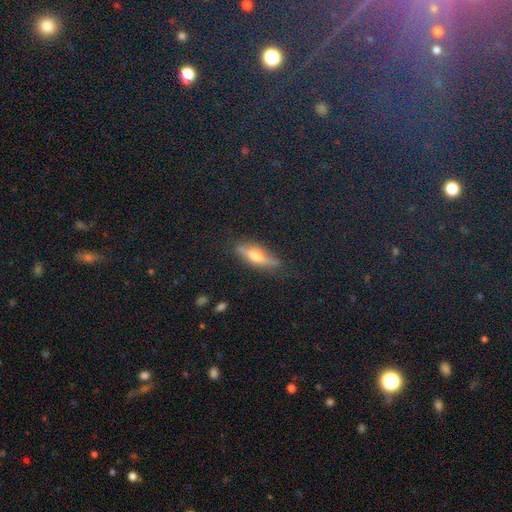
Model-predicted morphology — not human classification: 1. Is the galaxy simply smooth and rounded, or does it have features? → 51% featured or disk, 36% smooth, 13% star or artifact.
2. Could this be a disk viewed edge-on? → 85% yes, 15% no.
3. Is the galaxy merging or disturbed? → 81% none, 13% minor disturbance, 3% major disturbance, 2% merger.